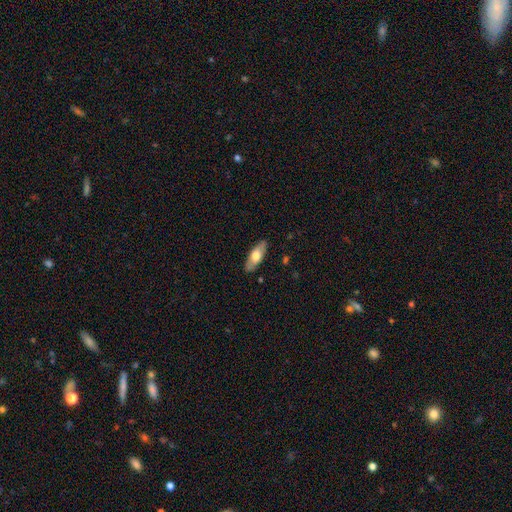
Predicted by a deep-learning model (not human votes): Q: Smooth or featured?
A: smooth (63%); runner-up: featured or disk (32%)
Q: How rounded?
A: in between (74%); runner-up: cigar-shaped (24%)
Q: Merging?
A: none (87%); runner-up: minor disturbance (10%)